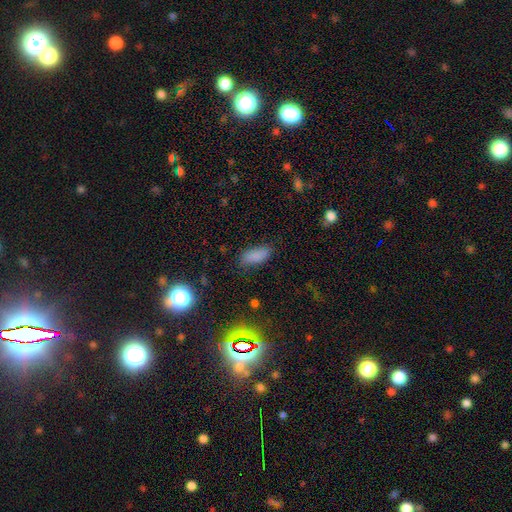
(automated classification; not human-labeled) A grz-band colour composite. It shows a smooth galaxy with no disk features (83%) that is in between round and cigar-shaped (83%). Merging: none (77%).